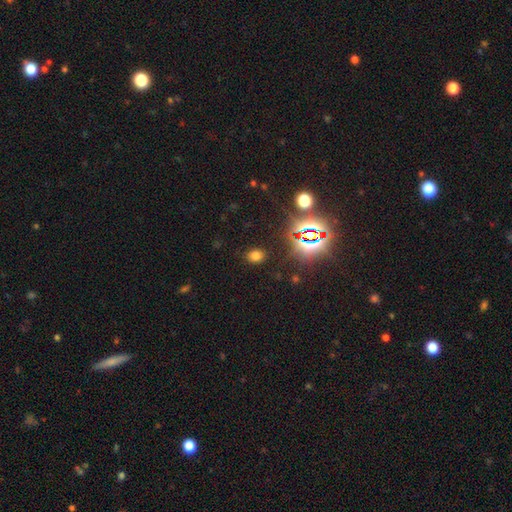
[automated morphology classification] A smooth galaxy with no disk features (65%) that is round (49%, tied with in between).

Vote fractions:
- Smooth or featured? smooth: 65% / star or artifact: 28% / featured or disk: 7%
- How rounded? round: 49% (tied) / in between: 49% (tied) / cigar-shaped: 1%
- Merging? none: 87% / minor disturbance: 8% / major disturbance: 3% / merger: 2%